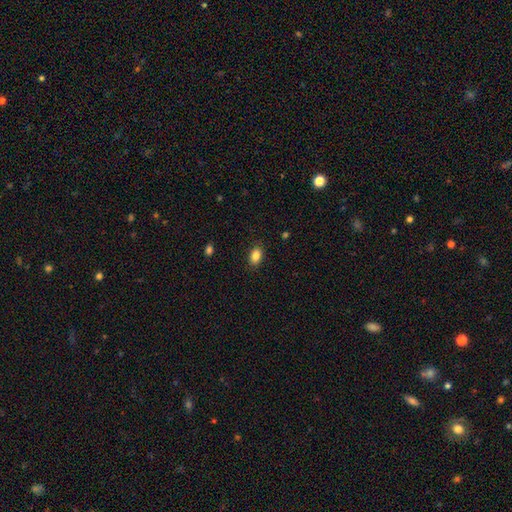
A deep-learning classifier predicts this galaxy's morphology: smooth 86%, star or artifact 8%, featured or disk 6%. Down the decision tree: how rounded — in between (86%); merging — none (87%).